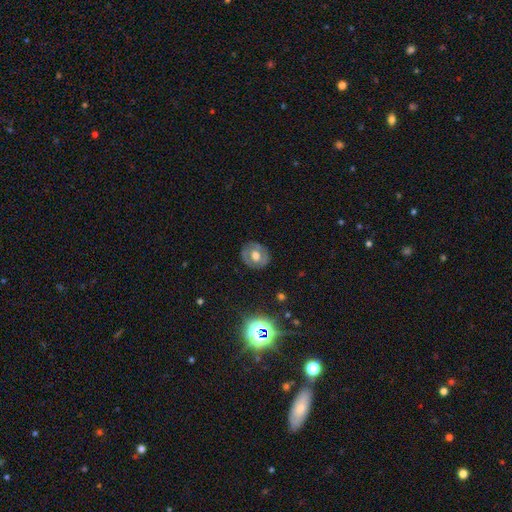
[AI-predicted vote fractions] Smooth or featured?
  - featured or disk: 47% *
  - smooth: 43%
  - star or artifact: 10%
Merging?
  - none: 81% *
  - minor disturbance: 13%
  - major disturbance: 5%
  - merger: 1%